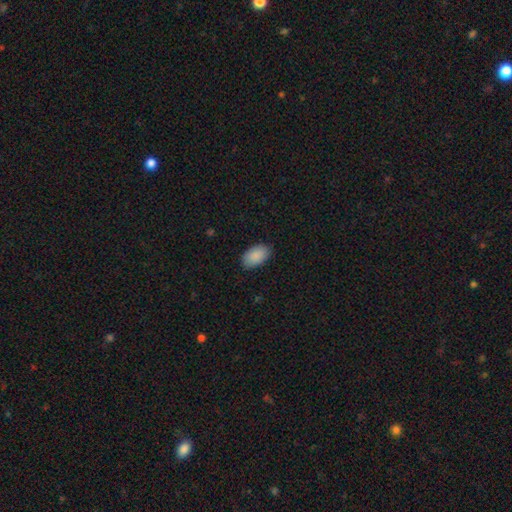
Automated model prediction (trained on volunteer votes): smooth_or_featured: smooth (p=0.90) [alt: star or artifact p=0.06]
how_rounded: in between (p=0.95) [alt: round p=0.04]
merging: none (p=0.86) [alt: minor disturbance p=0.10]